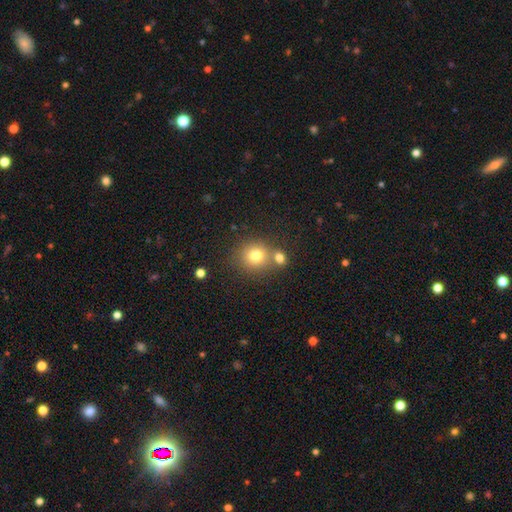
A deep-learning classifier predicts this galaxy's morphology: Smooth or featured: smooth — 77% (star or artifact — 13%)
How rounded: round — 87% (in between — 12%)
Merging: none — 60% (merger — 28%)